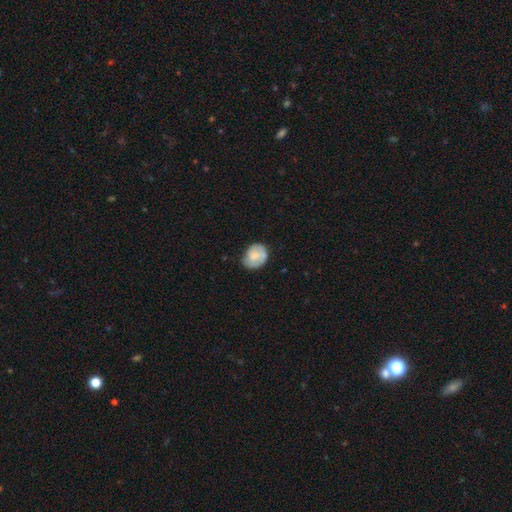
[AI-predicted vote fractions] Smooth or featured? Predicted: smooth (p=0.63). How rounded? Predicted: round (p=0.55). Merging? Predicted: none (p=0.62).